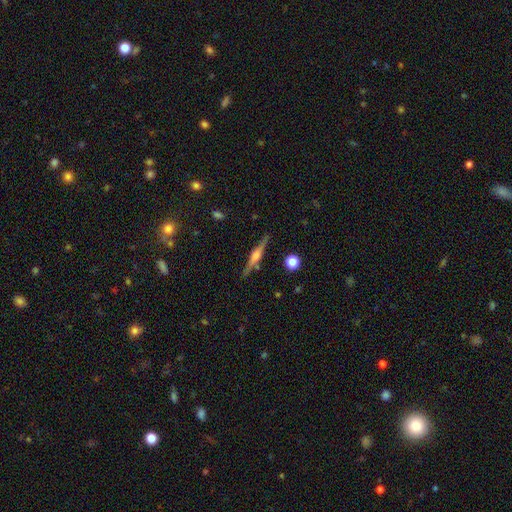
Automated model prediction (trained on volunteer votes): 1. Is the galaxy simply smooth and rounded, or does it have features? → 71% featured or disk, 22% smooth, 7% star or artifact.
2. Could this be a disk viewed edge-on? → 97% yes, 3% no.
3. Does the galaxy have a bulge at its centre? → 72% rounded, 22% boxy, 6% none.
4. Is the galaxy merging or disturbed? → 86% none, 10% minor disturbance, 2% major disturbance, 2% merger.